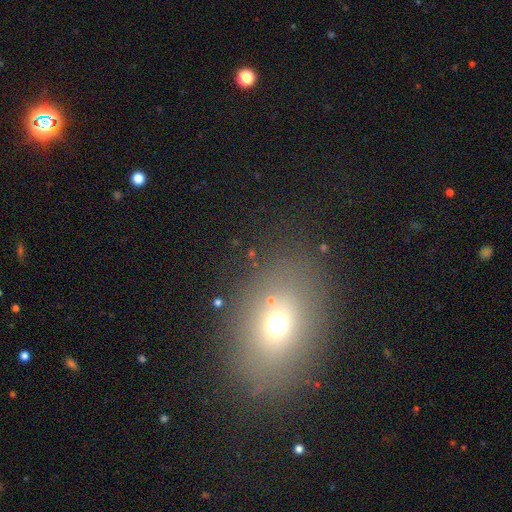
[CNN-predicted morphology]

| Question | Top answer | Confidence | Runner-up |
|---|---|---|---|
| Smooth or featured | smooth | 61% | star or artifact (23%) |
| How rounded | in between | 69% | round (28%) |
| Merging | none | 84% | minor disturbance (9%) |